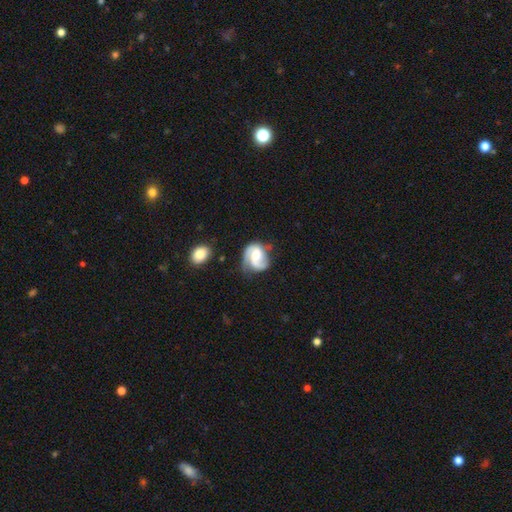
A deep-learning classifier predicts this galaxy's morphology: This appears to be a featured or disk galaxy (81%) with a weak bar (44%), 2 (77%) medium (49%) spiral arms (96%) and a moderate central bulge (47%). Merging: none (56%).